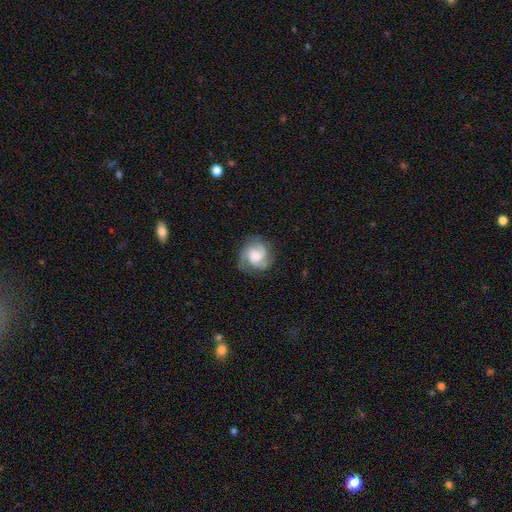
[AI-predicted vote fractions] Q: Smooth or featured?
A: featured or disk (70%); runner-up: smooth (23%)
Q: Edge-on disk?
A: no (98%); runner-up: yes (2%)
Q: Bar?
A: no (60%); runner-up: weak (34%)
Q: Spiral arms?
A: yes (94%); runner-up: no (6%)
Q: Spiral winding?
A: medium (44%); runner-up: tight (42%)
Q: Spiral arm count?
A: 2 (47%); runner-up: 3 (24%)
Q: Bulge size?
A: moderate (35%); runner-up: small (25%)
Q: Merging?
A: none (71%); runner-up: minor disturbance (18%)